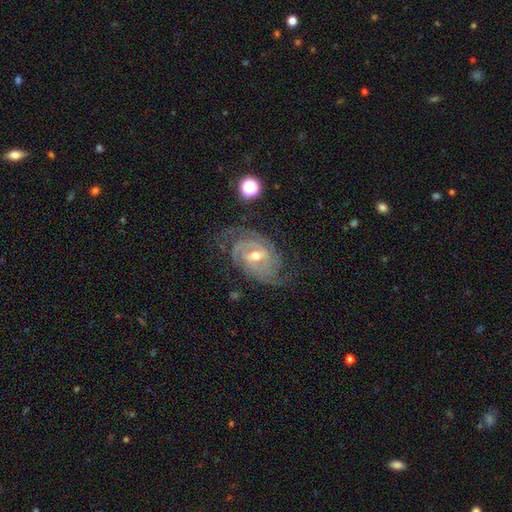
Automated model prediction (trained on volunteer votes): smooth-or-featured: featured or disk: 90% | star or artifact: 6% | smooth: 5%
  disk-edge-on: no: 96% | yes: 4%
    bar: weak: 48% | no: 26% | strong: 26%
    has-spiral-arms: yes: 97% | no: 3%
      spiral-winding: tight: 64% | medium: 29% | loose: 6%
      spiral-arm-count: 2: 39% | 3: 26% | can't tell: 17% | 4: 9% | 1: 5% | more than 4: 5%
    bulge-size: moderate: 61% | small: 35% | large: 2% | none: 1% | dominant: 1%
  merging: none: 71% | minor disturbance: 18% | major disturbance: 9% | merger: 2%